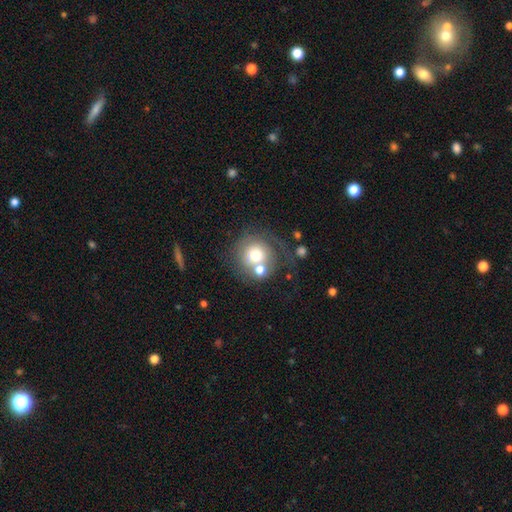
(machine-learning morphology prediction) smooth 62%, featured or disk 29%, star or artifact 9%. Down the decision tree: how rounded — round (89%); merging — none (43%).